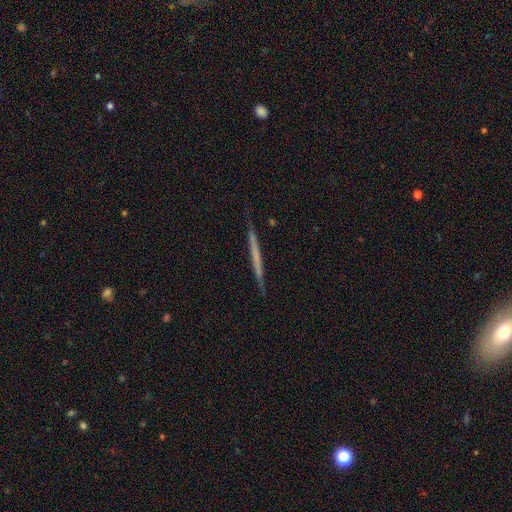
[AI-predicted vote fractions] smooth-or-featured: featured or disk: 53% | smooth: 41% | star or artifact: 6%
  disk-edge-on: yes: 97% | no: 3%
    edge-on-bulge: none: 93% | rounded: 4% | boxy: 3%
  merging: none: 89% | minor disturbance: 8% | major disturbance: 1% | merger: 1%